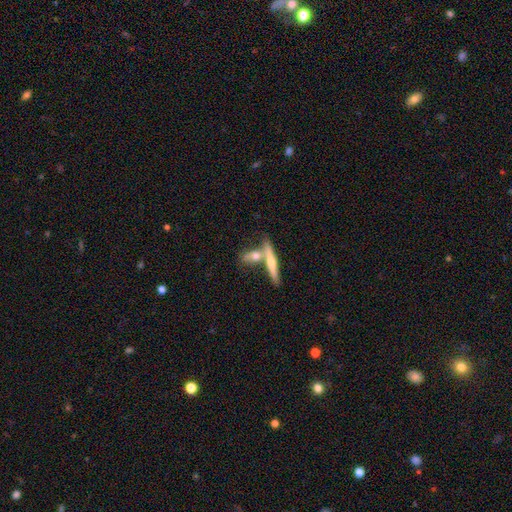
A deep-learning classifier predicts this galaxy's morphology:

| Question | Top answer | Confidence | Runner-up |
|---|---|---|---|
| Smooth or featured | smooth | 50% | featured or disk (43%) |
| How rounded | cigar-shaped | 65% | in between (27%) |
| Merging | none | 47% | merger (39%) |